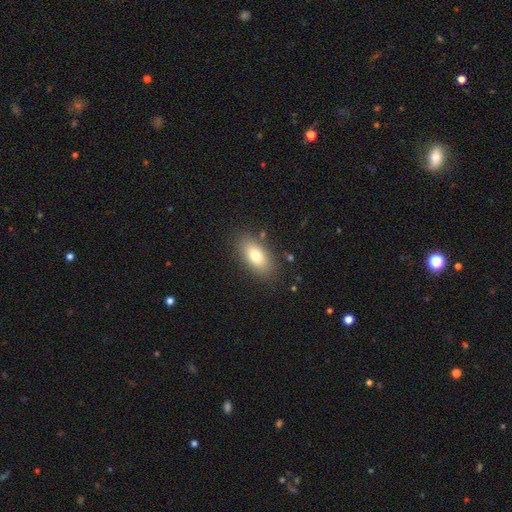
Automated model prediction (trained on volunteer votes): Smooth or featured? Predicted: smooth (p=0.76). How rounded? Predicted: in between (p=0.89). Merging? Predicted: none (p=0.84).